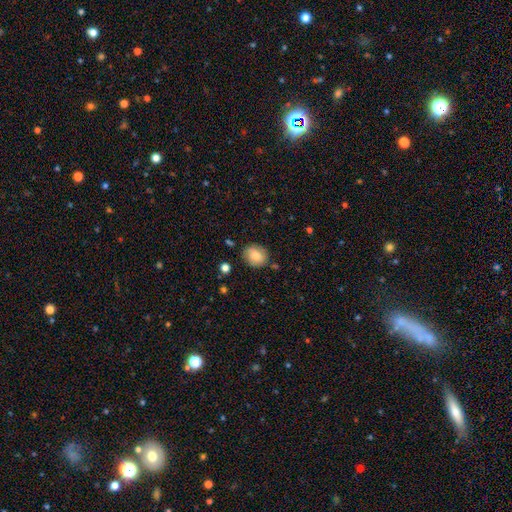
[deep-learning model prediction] A smooth galaxy with no disk features (78%) that is round (63%).

Vote fractions:
- Smooth or featured? smooth: 78% / featured or disk: 14% / star or artifact: 8%
- How rounded? round: 63% / in between: 36% / cigar-shaped: 1%
- Merging? none: 80% / minor disturbance: 14% / major disturbance: 3% / merger: 2%